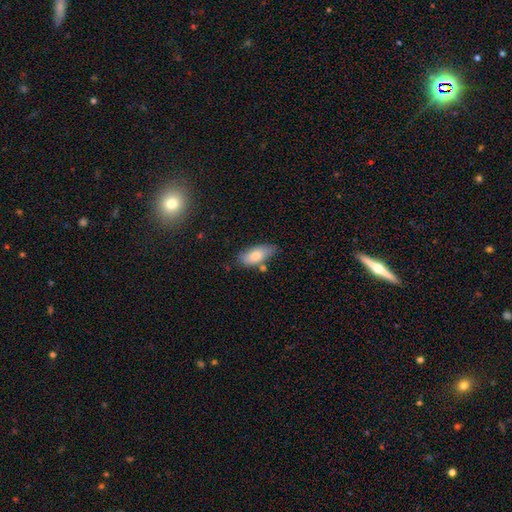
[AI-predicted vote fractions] smooth_or_featured: smooth (p=0.76) [alt: featured or disk p=0.17]
how_rounded: in between (p=0.85) [alt: cigar-shaped p=0.12]
merging: none (p=0.68) [alt: minor disturbance p=0.20]